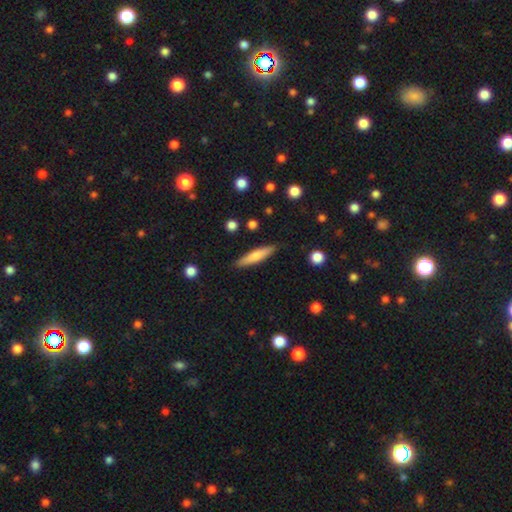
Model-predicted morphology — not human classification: smooth_or_featured: smooth (p=0.70) [alt: featured or disk p=0.24]
how_rounded: cigar-shaped (p=0.85) [alt: in between p=0.13]
merging: none (p=0.88) [alt: minor disturbance p=0.09]